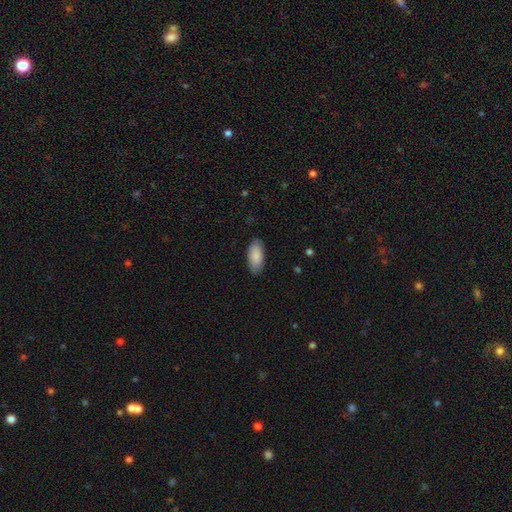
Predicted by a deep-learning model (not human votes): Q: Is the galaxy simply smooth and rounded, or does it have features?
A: smooth — 87%.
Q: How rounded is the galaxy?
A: in between — 90%.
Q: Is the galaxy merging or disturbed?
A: none — 85%.